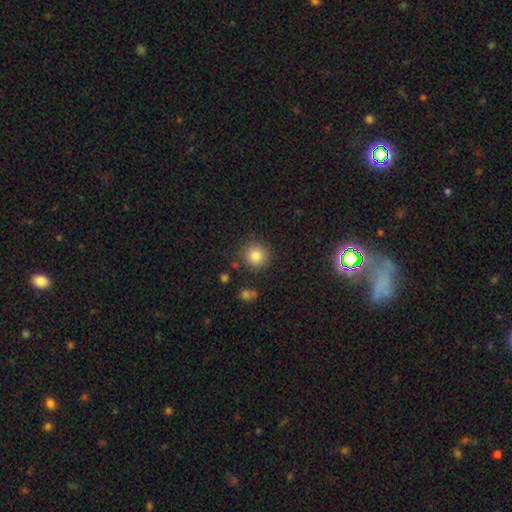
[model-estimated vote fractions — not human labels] smooth 84%, star or artifact 10%, featured or disk 6%. Down the decision tree: how rounded — round (93%); merging — none (85%).